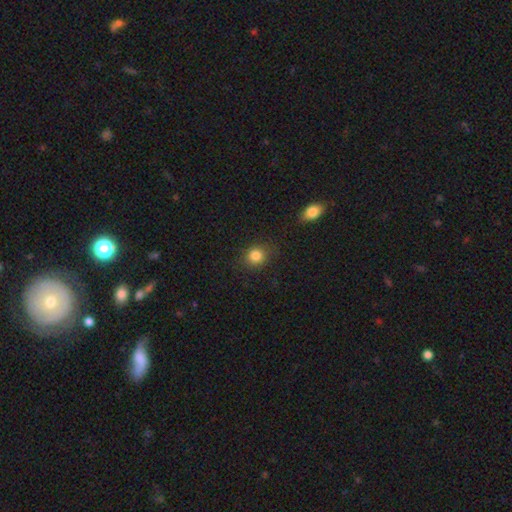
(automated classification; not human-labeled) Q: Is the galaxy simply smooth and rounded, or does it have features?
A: smooth — 84%.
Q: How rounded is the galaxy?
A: round — 81%.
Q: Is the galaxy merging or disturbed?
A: none — 84%.